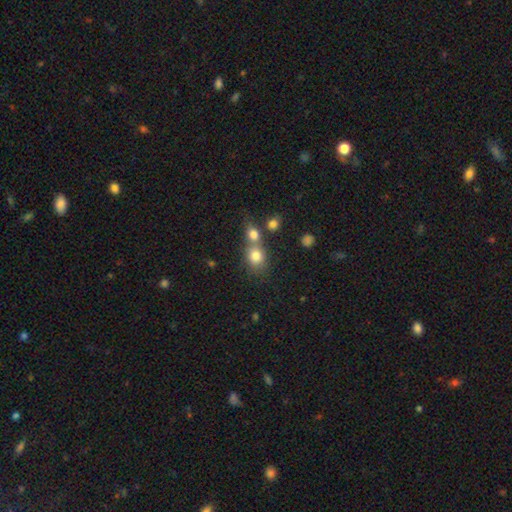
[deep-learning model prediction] Q: Smooth or featured?
A: smooth (79%); runner-up: star or artifact (12%)
Q: How rounded?
A: round (67%); runner-up: in between (32%)
Q: Merging?
A: merger (48%); runner-up: none (40%)